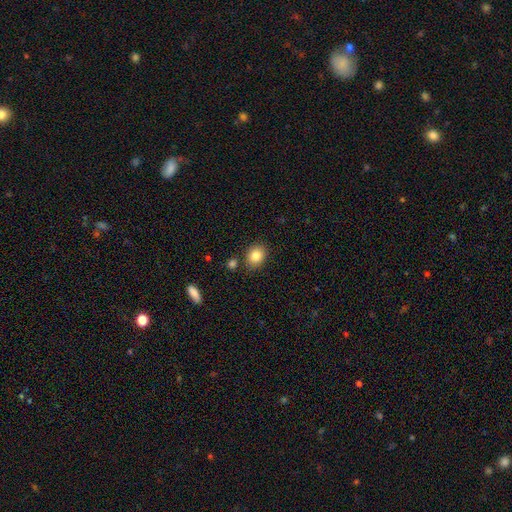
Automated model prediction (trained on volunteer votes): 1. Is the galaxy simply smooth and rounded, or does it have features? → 83% smooth, 9% star or artifact, 7% featured or disk.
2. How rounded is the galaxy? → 52% round, 47% in between, 1% cigar-shaped.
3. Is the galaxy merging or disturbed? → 83% none, 10% minor disturbance, 4% merger, 2% major disturbance.